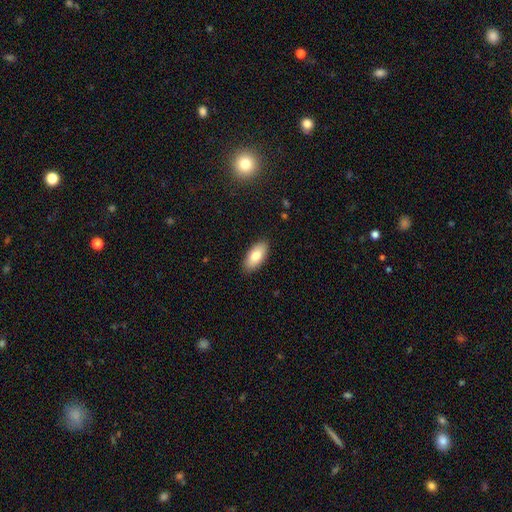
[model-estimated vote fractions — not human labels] This is clearly a smooth galaxy (81%). How rounded: clearly in between (91%). Merging: clearly none (88%).